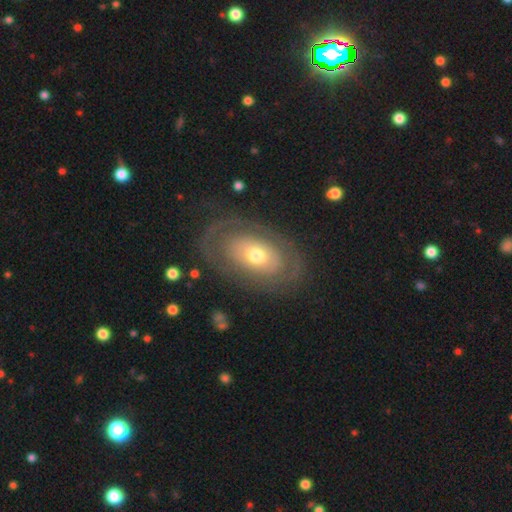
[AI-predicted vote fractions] A featured or disk galaxy (62%) with no bar (86%), no spiral arms (58%) and a moderate central bulge (63%). Merging: none (76%).